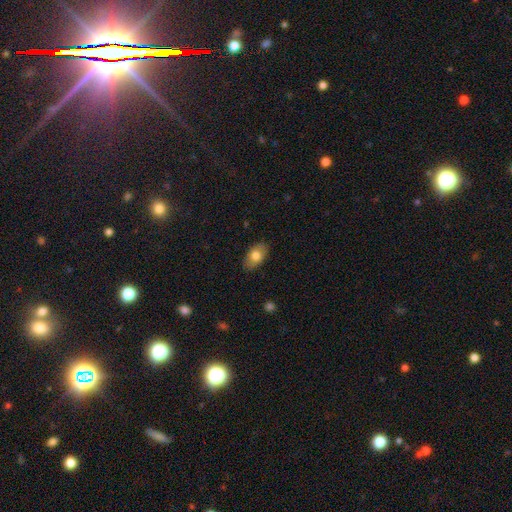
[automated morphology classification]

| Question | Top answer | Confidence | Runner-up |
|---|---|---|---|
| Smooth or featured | smooth | 76% | featured or disk (17%) |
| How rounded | in between | 92% | round (7%) |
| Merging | none | 86% | minor disturbance (11%) |